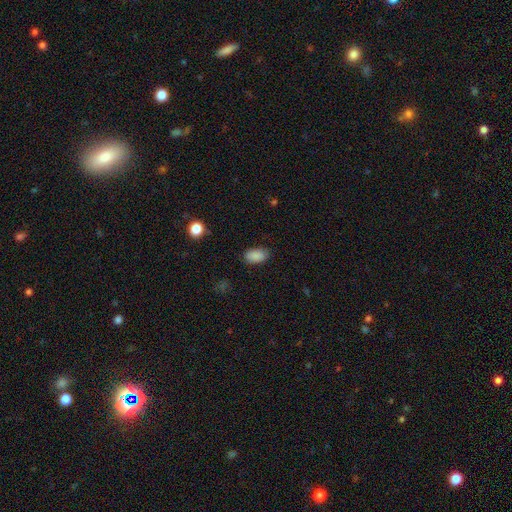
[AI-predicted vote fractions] Smooth or featured? Predicted: smooth (p=0.87). How rounded? Predicted: in between (p=0.91). Merging? Predicted: none (p=0.82).